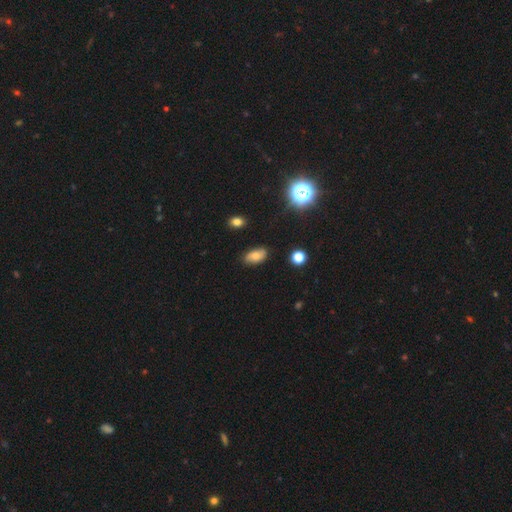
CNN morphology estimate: Smooth or featured?
  - smooth: 69% *
  - featured or disk: 17%
  - star or artifact: 14%
How rounded?
  - in between: 91% *
  - round: 6%
  - cigar-shaped: 3%
Merging?
  - none: 79% *
  - minor disturbance: 16%
  - major disturbance: 3%
  - merger: 2%